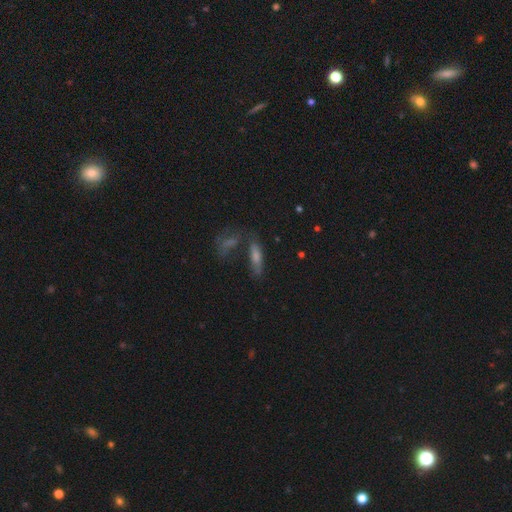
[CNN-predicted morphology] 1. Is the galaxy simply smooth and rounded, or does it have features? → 55% smooth, 27% featured or disk, 17% star or artifact.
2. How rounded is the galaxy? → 56% cigar-shaped, 39% in between, 5% round.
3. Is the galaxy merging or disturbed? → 50% none, 29% merger, 13% minor disturbance, 7% major disturbance.